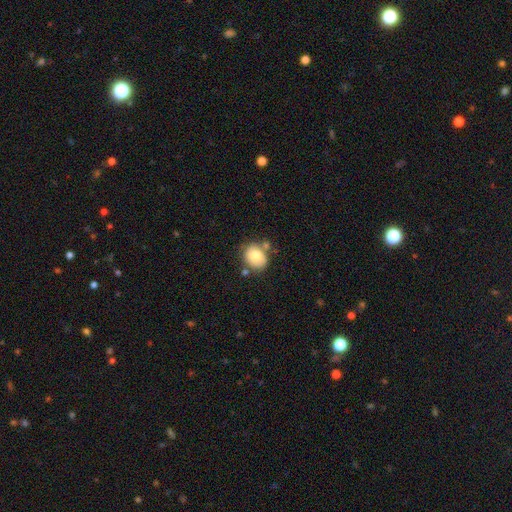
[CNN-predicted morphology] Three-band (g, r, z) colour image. It shows a smooth galaxy with no disk features (70%) that is round (63%). Merging: none (58%).